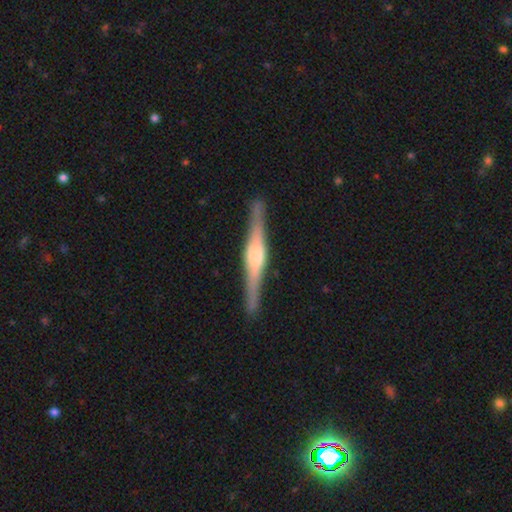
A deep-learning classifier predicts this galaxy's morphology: Smooth or featured? featured or disk (80%)
Edge-on disk? yes (98%)
Edge-on bulge? rounded (70%)
Merging? none (90%)